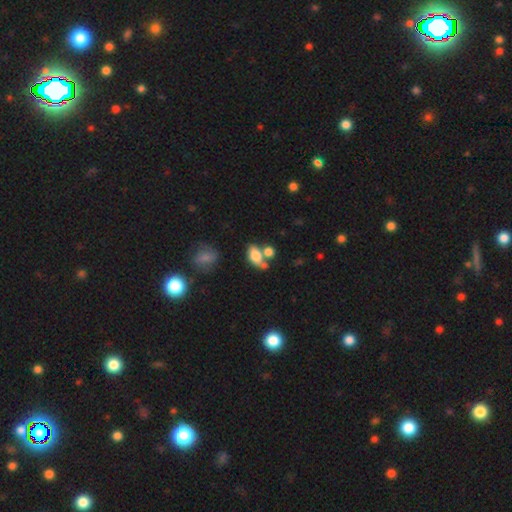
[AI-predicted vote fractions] smooth-or-featured: smooth: 74% | featured or disk: 16% | star or artifact: 10%
  how-rounded: in between: 83% | round: 12% | cigar-shaped: 5%
  merging: none: 42% | merger: 37% | minor disturbance: 14% | major disturbance: 7%